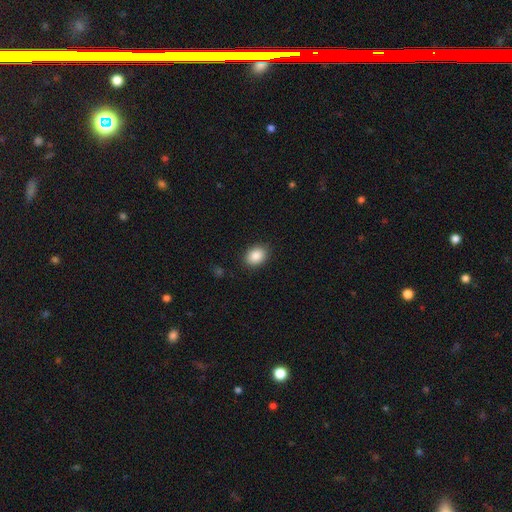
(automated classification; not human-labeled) A smooth galaxy with no disk features (88%) that is in between round and cigar-shaped (66%). Merging: none (89%).